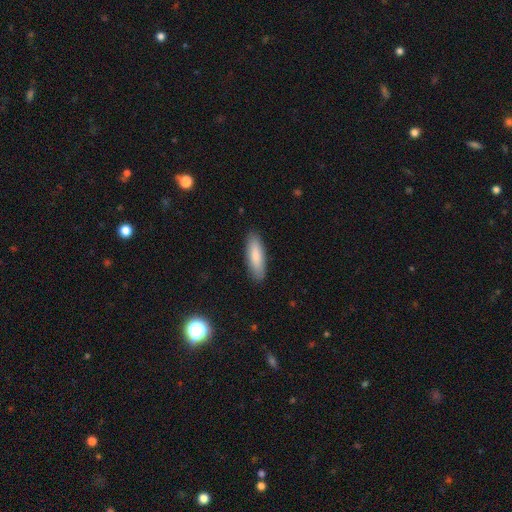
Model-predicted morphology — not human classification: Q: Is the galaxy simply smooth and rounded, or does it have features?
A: smooth — 85%.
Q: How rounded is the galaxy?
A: in between — 50%.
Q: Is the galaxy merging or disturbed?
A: none — 89%.